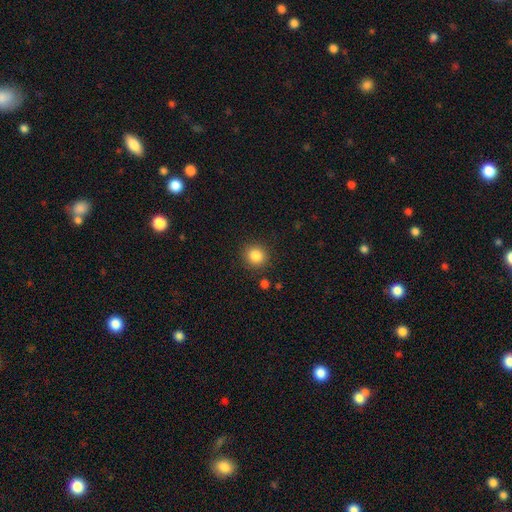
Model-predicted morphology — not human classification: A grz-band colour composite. It shows a smooth galaxy with no disk features (86%) that is round (88%). Merging: none (88%).